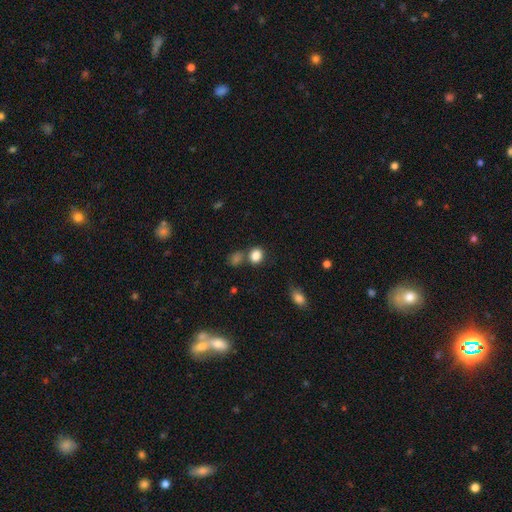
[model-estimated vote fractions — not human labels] A smooth galaxy with no disk features (84%) that is round (58%).

Vote fractions:
- Smooth or featured? smooth: 84% / star or artifact: 11% / featured or disk: 5%
- How rounded? round: 58% / in between: 41% / cigar-shaped: 1%
- Merging? none: 64% / merger: 19% / minor disturbance: 13% / major disturbance: 5%